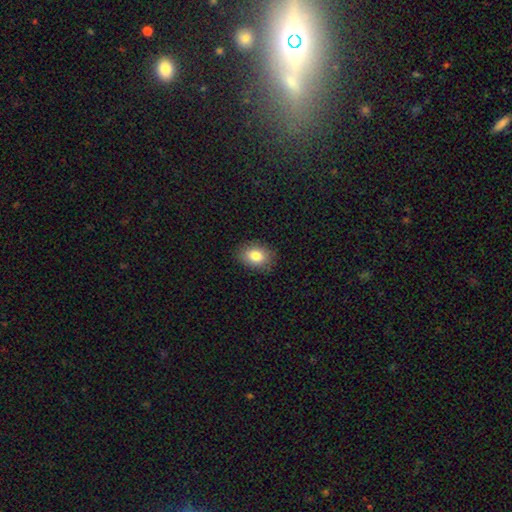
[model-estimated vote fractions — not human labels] Smooth or featured? Predicted: smooth (p=0.82). How rounded? Predicted: in between (p=0.74). Merging? Predicted: none (p=0.86).